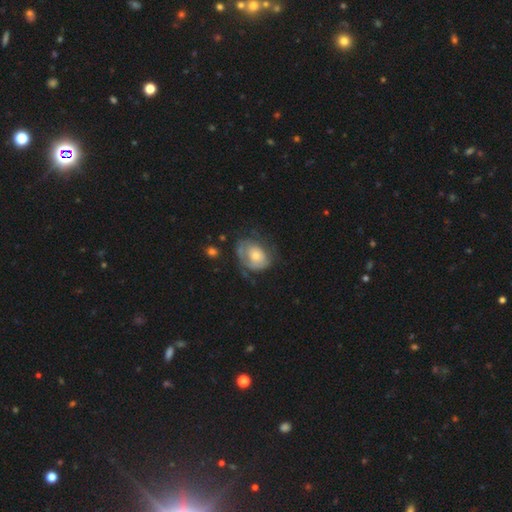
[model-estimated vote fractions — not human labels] Smooth or featured: featured or disk — 47% (smooth — 46%)
Merging: none — 45% (minor disturbance — 29%)